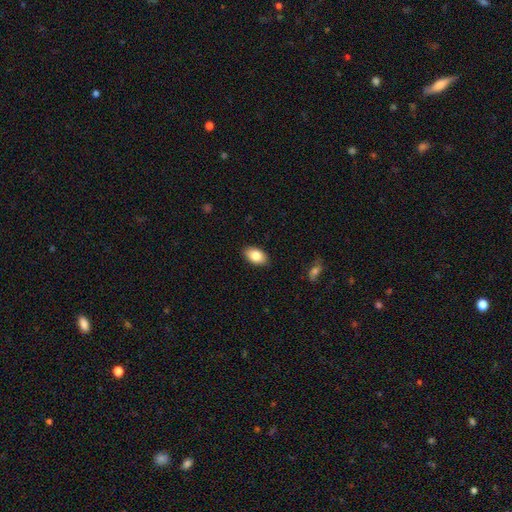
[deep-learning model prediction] This appears to be a smooth galaxy with no disk features (84%) that is in between round and cigar-shaped (92%). Merging: none (88%).